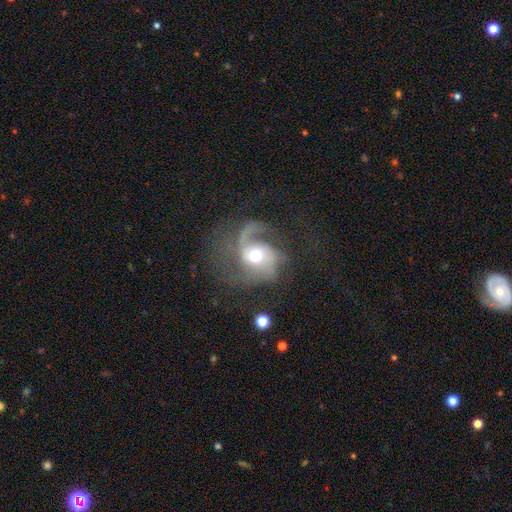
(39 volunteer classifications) This appears to be a featured or disk galaxy (79%) with no bar (77%), 1 (43%) loose (54%) spiral arms (93%) and a moderate central bulge (60%). Merging: none (47%).